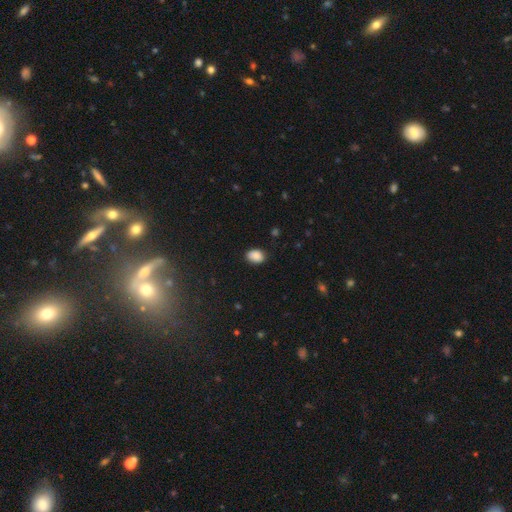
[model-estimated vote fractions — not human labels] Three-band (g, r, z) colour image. It shows a smooth galaxy with no disk features (87%) that is in between round and cigar-shaped (77%). Merging: none (80%).